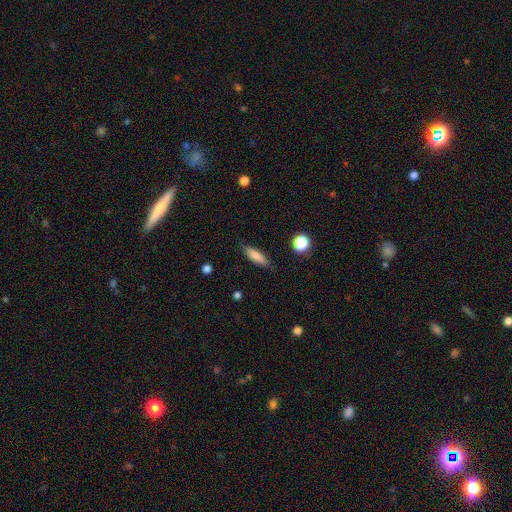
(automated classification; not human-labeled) Morphology: type=smooth (81%); roundness=cigar-shaped (56%); merging=none (83%).